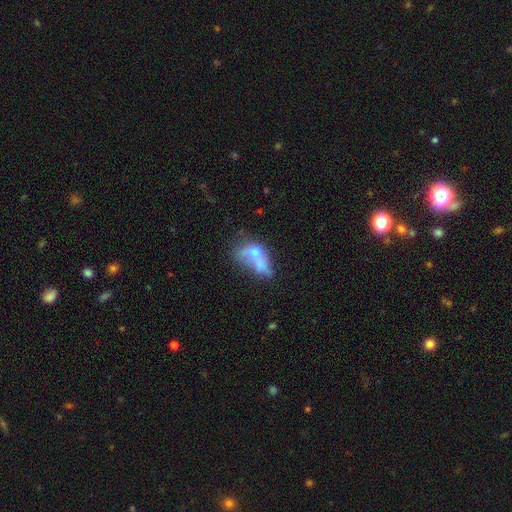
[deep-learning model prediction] Overall: smooth (51%; featured or disk 37%). How rounded: in between (75%). Merging: merger (43%; major disturbance 24%).